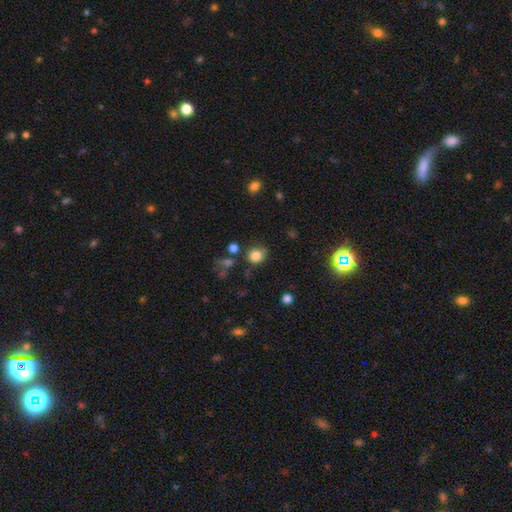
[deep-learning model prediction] The model was most divided on "merging": none: 74%, minor disturbance: 16%, merger: 5%, major disturbance: 5%. More confident: smooth or featured — smooth (82%); how rounded — round (78%).